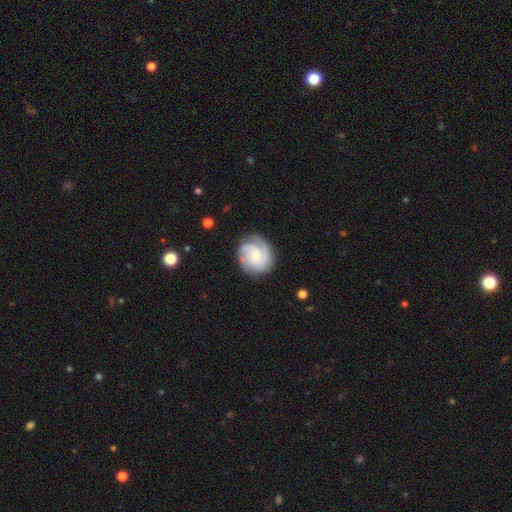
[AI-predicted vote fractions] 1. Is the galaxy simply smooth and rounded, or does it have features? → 74% featured or disk, 20% smooth, 6% star or artifact.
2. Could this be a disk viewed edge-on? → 98% no, 2% yes.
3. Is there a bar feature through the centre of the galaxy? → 70% no, 27% weak, 3% strong.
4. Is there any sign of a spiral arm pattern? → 95% yes, 5% no.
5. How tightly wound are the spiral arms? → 55% tight, 35% medium, 10% loose.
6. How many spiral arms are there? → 31% 2, 29% 3, 22% can't tell, 9% 1, 5% 4, 4% more than 4.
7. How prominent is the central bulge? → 63% small, 30% moderate, 4% none, 3% large, 1% dominant.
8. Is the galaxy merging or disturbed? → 78% none, 15% minor disturbance, 6% major disturbance, 1% merger.